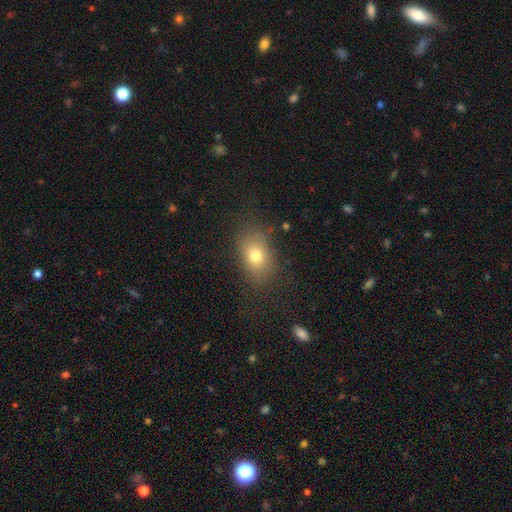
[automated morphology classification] This is likely a smooth galaxy (75%). How rounded: likely in between (72%). Merging: likely none (78%).